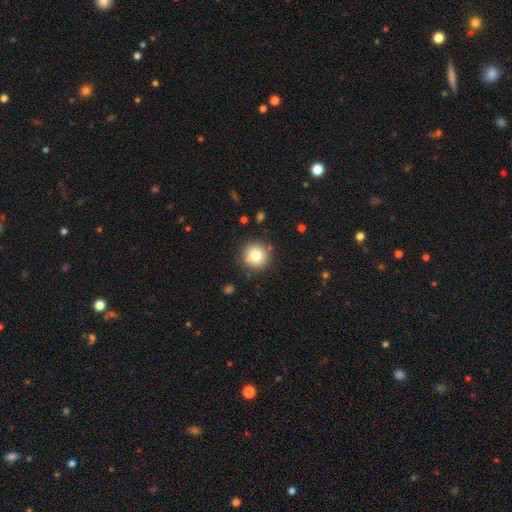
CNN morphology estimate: type=smooth (79%); roundness=round (93%); merging=none (85%).